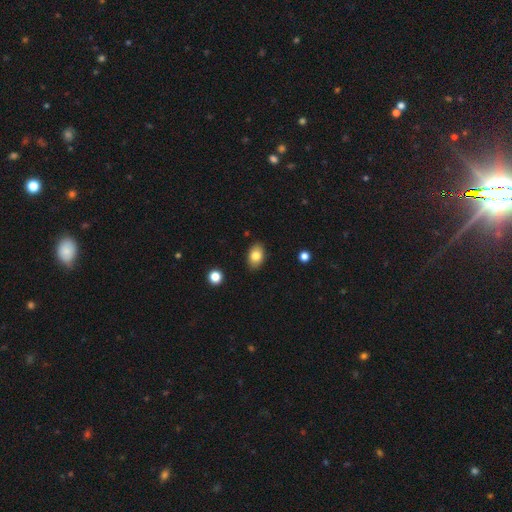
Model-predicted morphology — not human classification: Q: Smooth or featured?
A: smooth (82%); runner-up: featured or disk (10%)
Q: How rounded?
A: in between (86%); runner-up: round (12%)
Q: Merging?
A: none (87%); runner-up: minor disturbance (10%)